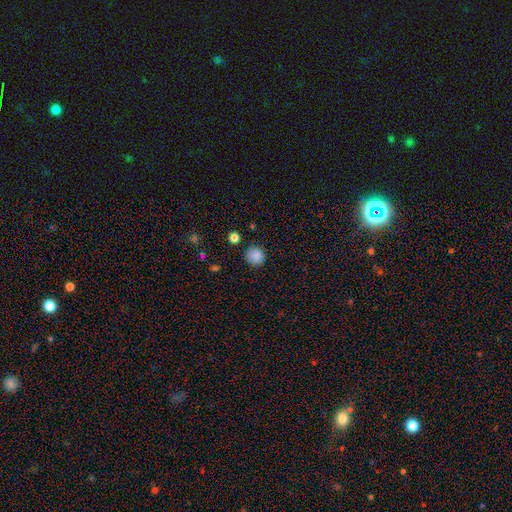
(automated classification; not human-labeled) smooth 86%, star or artifact 10%, featured or disk 4%. Down the decision tree: how rounded — round (91%); merging — none (86%).